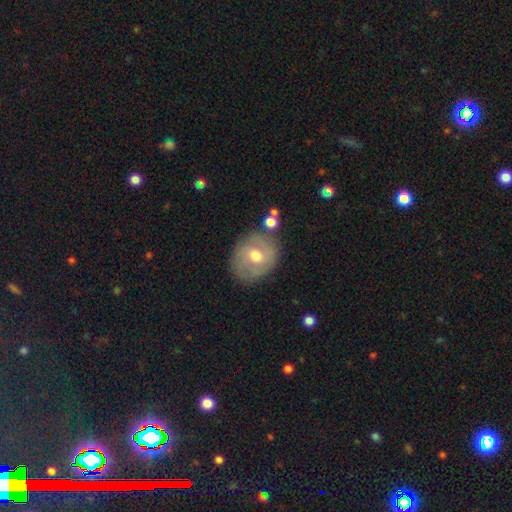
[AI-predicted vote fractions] Smooth or featured? Predicted: featured or disk (p=0.51). Edge-on disk? Predicted: no (p=0.95). Merging? Predicted: none (p=0.76).